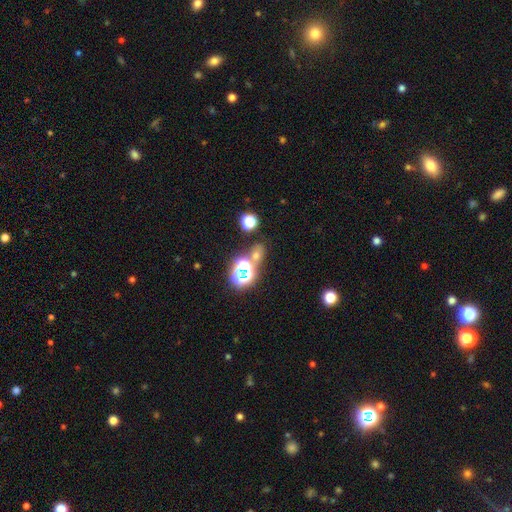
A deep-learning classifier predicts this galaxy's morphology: The model was most divided on "smooth or featured": smooth: 45%, star or artifact: 42%, featured or disk: 13%. More confident: merging — none (58%).